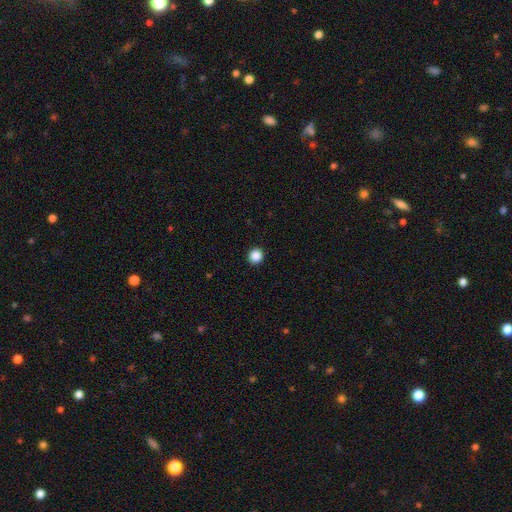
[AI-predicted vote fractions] Smooth or featured?
  - smooth: 87% *
  - star or artifact: 10%
  - featured or disk: 3%
How rounded?
  - round: 94% *
  - in between: 5%
  - cigar-shaped: 1%
Merging?
  - none: 94% *
  - minor disturbance: 4%
  - major disturbance: 1%
  - merger: 1%